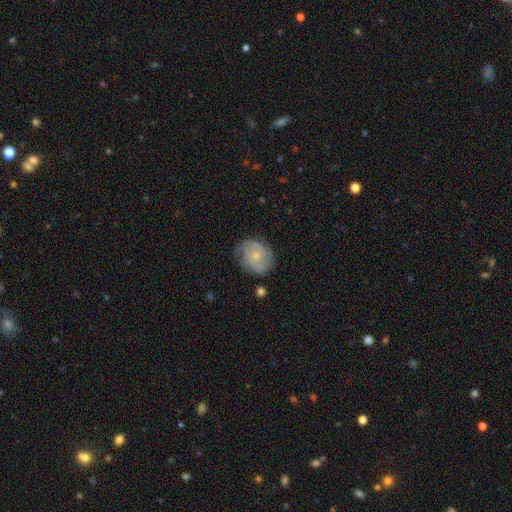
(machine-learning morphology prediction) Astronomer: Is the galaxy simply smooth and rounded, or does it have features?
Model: featured or disk — 68%.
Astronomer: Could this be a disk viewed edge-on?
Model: no — 98%.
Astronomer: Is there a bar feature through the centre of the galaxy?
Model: no — 74%.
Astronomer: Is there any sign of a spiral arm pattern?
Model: yes — 91%.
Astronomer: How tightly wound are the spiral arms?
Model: tight — 45% (runner-up: medium, 42%).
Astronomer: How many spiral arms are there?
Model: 2 — 49%.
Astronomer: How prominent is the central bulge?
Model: small — 67%.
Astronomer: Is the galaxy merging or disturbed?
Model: none — 75%.